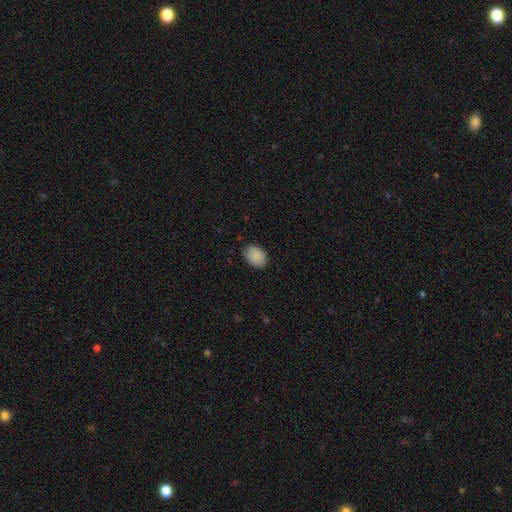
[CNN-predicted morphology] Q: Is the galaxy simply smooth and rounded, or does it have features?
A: smooth — 89%.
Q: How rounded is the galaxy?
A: in between — 74%.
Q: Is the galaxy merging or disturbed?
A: none — 80%.